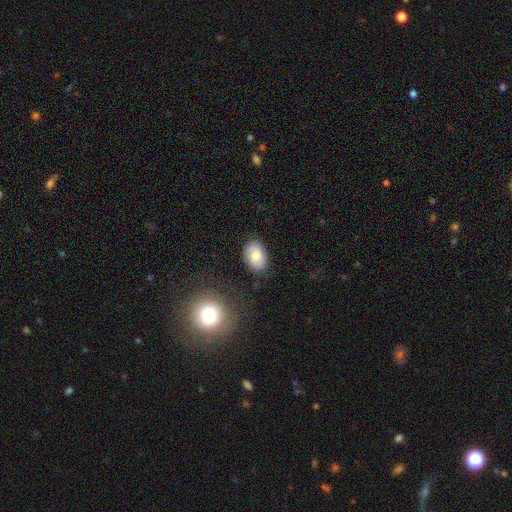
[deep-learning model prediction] smooth-or-featured: smooth: 77% | featured or disk: 14% | star or artifact: 8%
  how-rounded: in between: 84% | round: 15% | cigar-shaped: 1%
  merging: none: 84% | minor disturbance: 11% | major disturbance: 3% | merger: 2%